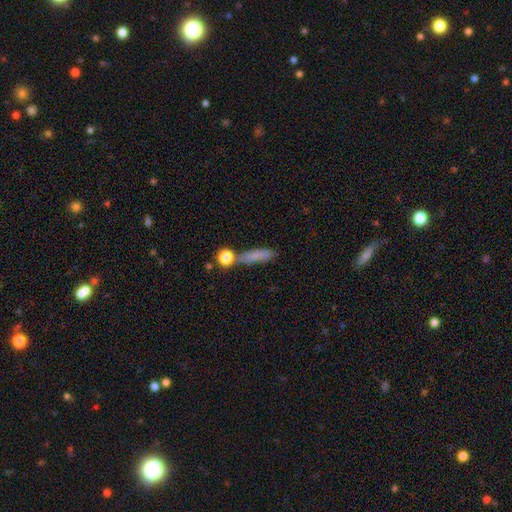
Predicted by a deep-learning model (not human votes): Q: Smooth or featured?
A: smooth (74%); runner-up: featured or disk (15%)
Q: How rounded?
A: cigar-shaped (66%); runner-up: in between (27%)
Q: Merging?
A: none (62%); runner-up: minor disturbance (16%)